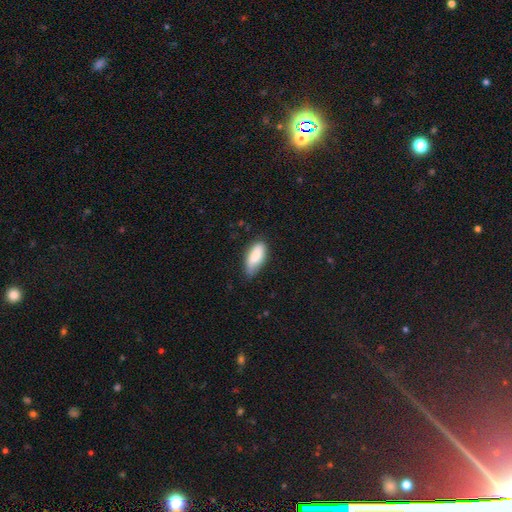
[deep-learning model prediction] This appears to be a smooth galaxy with no disk features (86%) that is in between round and cigar-shaped (85%). Merging: none (63%).